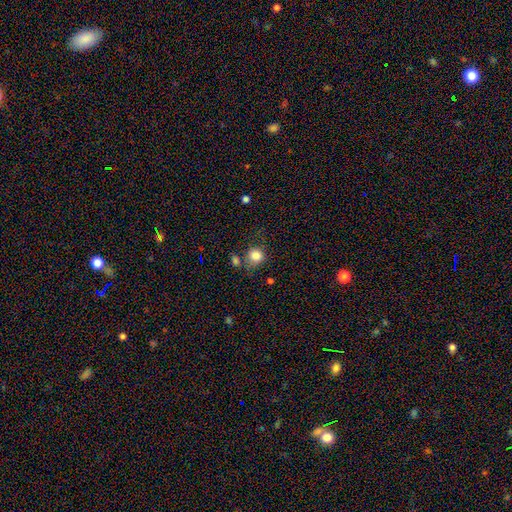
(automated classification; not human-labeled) Smooth or featured? Predicted: smooth (p=0.84). How rounded? Predicted: round (p=0.84). Merging? Predicted: none (p=0.65).